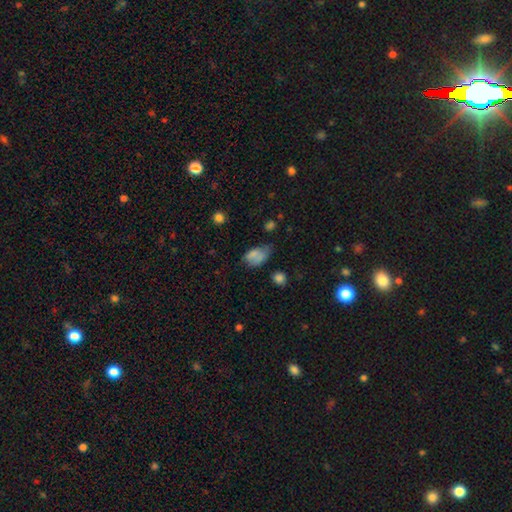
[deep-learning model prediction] A smooth galaxy with no disk features (72%) that is in between round and cigar-shaped (87%).

Vote fractions:
- Smooth or featured? smooth: 72% / featured or disk: 16% / star or artifact: 11%
- How rounded? in between: 87% / round: 11% / cigar-shaped: 2%
- Merging? minor disturbance: 37% / none: 36% / major disturbance: 20% / merger: 7%